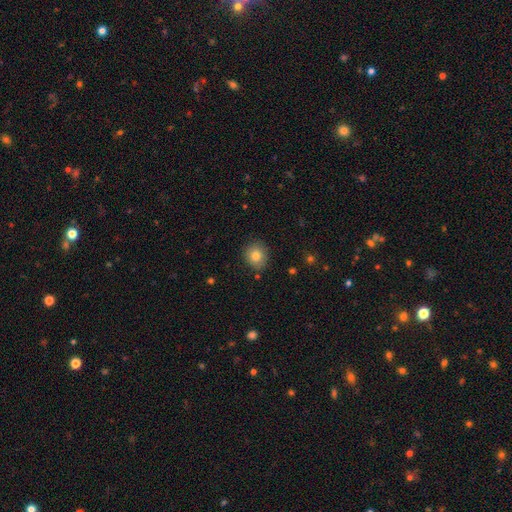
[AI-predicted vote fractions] This appears to be a smooth galaxy with no disk features (80%) that is round (77%). Merging: none (85%).